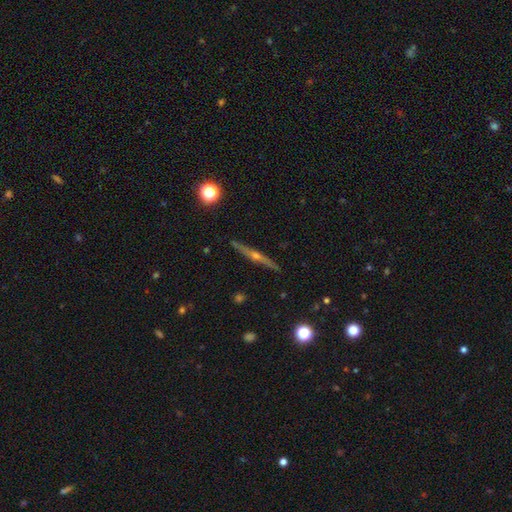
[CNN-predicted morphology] Smooth or featured?
  - featured or disk: 81% *
  - smooth: 11%
  - star or artifact: 7%
Edge-on disk?
  - yes: 98% *
  - no: 2%
Edge-on bulge?
  - rounded: 91% *
  - none: 5%
  - boxy: 3%
Merging?
  - none: 91% *
  - minor disturbance: 7%
  - major disturbance: 1%
  - merger: 1%